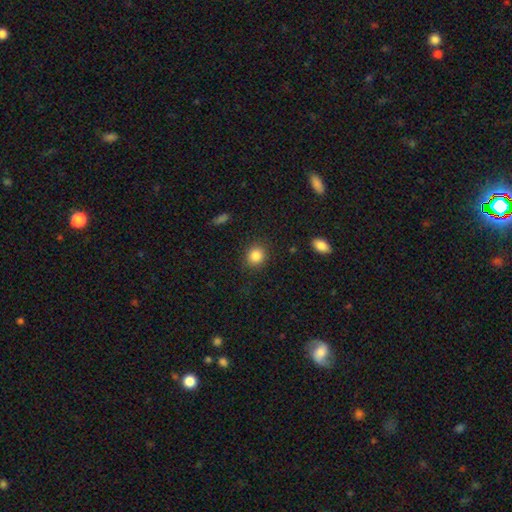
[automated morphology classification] smooth_or_featured: smooth (p=0.86) [alt: star or artifact p=0.09]
how_rounded: round (p=0.78) [alt: in between p=0.21]
merging: none (p=0.87) [alt: minor disturbance p=0.08]